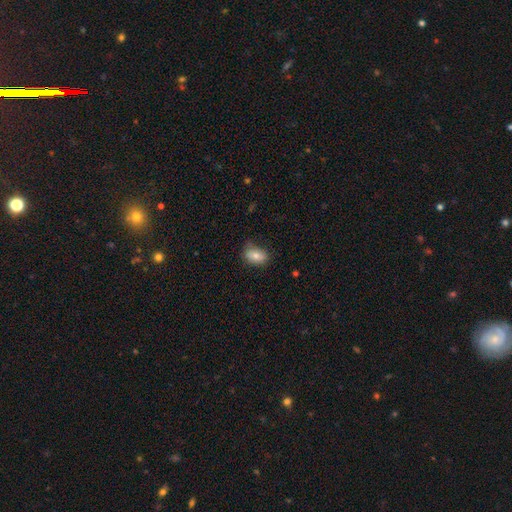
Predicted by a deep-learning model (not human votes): Overall: smooth (81%). How rounded: in between (86%). Merging: none (71%).